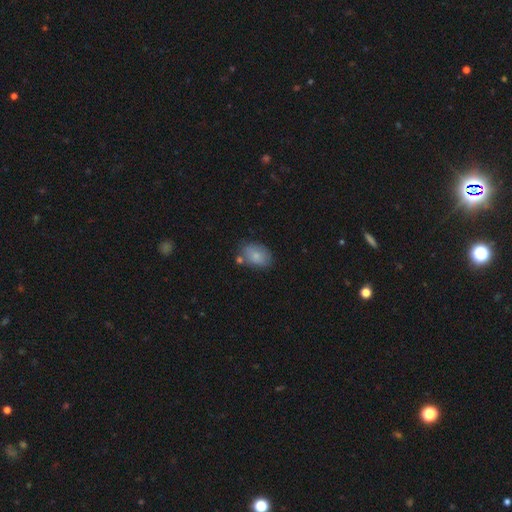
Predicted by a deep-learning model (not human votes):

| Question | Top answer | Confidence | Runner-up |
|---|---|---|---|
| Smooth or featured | smooth | 79% | featured or disk (14%) |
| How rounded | in between | 85% | round (14%) |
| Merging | none | 64% | minor disturbance (21%) |